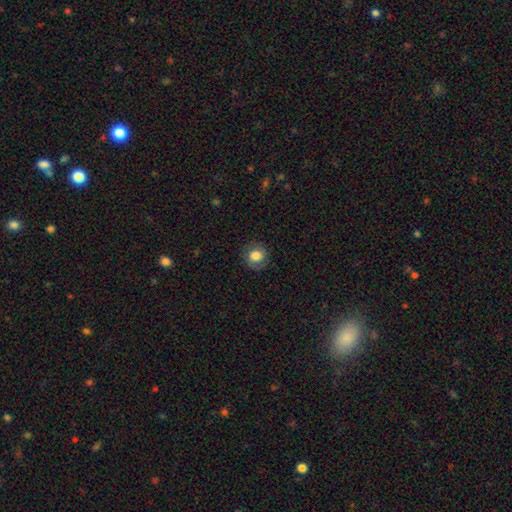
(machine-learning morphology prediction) Q: Smooth or featured?
A: smooth (75%); runner-up: featured or disk (16%)
Q: How rounded?
A: round (84%); runner-up: in between (15%)
Q: Merging?
A: none (82%); runner-up: minor disturbance (12%)